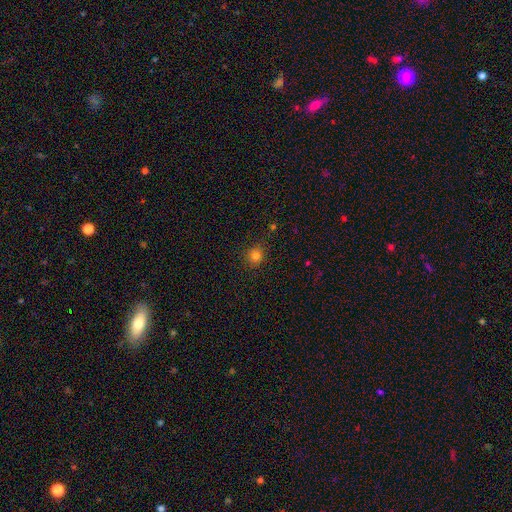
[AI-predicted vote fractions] smooth 79%, star or artifact 16%, featured or disk 5%. Down the decision tree: how rounded — round (87%); merging — none (84%).